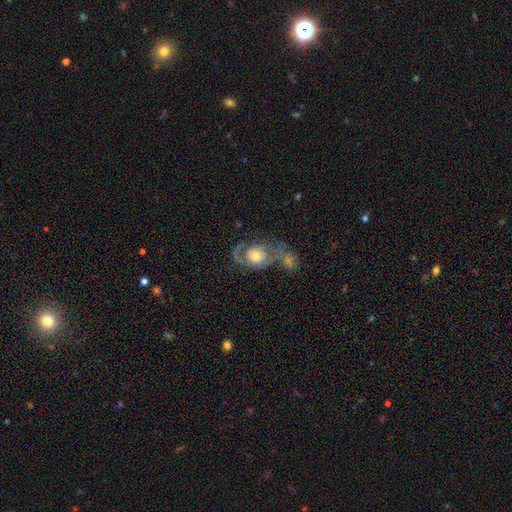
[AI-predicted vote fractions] A featured or disk galaxy (69%) with no bar (81%), spiral arms (74%) and a moderate central bulge (55%).

Vote fractions:
- Smooth or featured? featured or disk: 69% / smooth: 25% / star or artifact: 7%
- Edge-on disk? no: 96% / yes: 4%
- Bar? no: 81% / weak: 16% / strong: 4%
- Spiral arms? yes: 74% / no: 26%
- Bulge size? moderate: 55% / small: 21% / large: 19% / dominant: 3% / none: 2%
- Merging? merger: 32% / none: 30% / major disturbance: 23% / minor disturbance: 15%